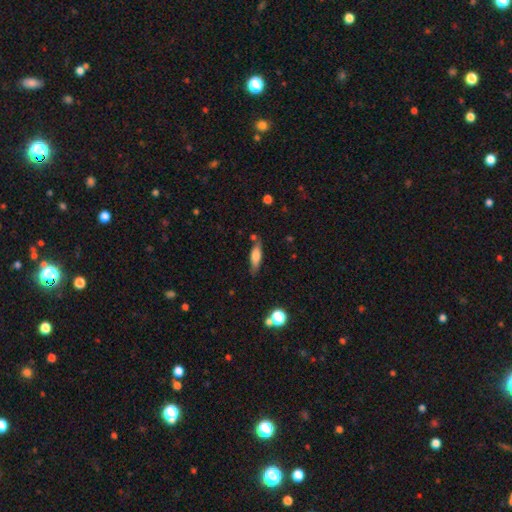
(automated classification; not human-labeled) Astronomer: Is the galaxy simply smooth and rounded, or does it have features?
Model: smooth — 67%.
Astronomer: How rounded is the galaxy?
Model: cigar-shaped — 52% (runner-up: in between, 45%).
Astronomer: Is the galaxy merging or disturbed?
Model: none — 74%.